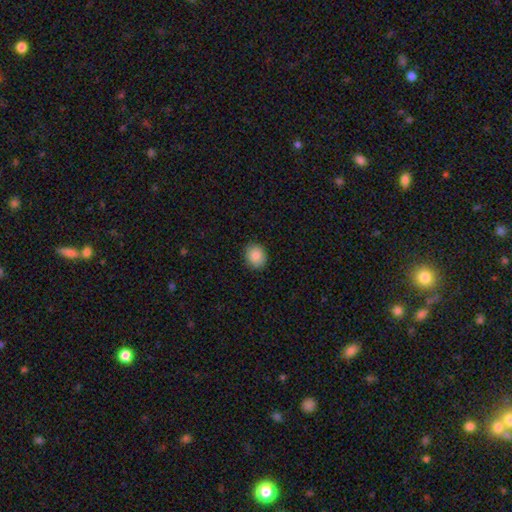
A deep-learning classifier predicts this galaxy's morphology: Smooth or featured? Predicted: smooth (p=0.87). How rounded? Predicted: round (p=0.70). Merging? Predicted: none (p=0.89).